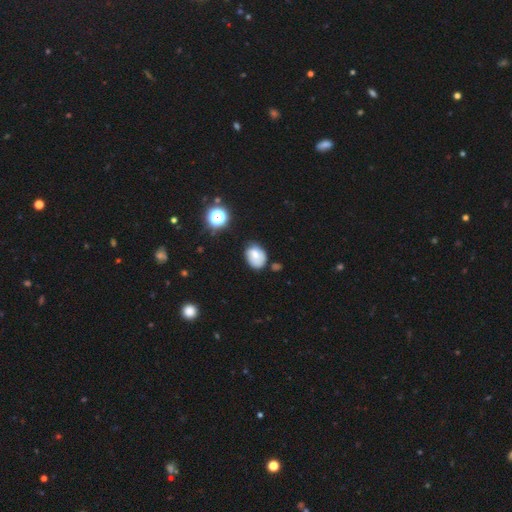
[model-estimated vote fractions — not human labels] smooth_or_featured: smooth (p=0.69) [alt: featured or disk p=0.20]
how_rounded: in between (p=0.68) [alt: round p=0.31]
merging: none (p=0.56) [alt: minor disturbance p=0.31]